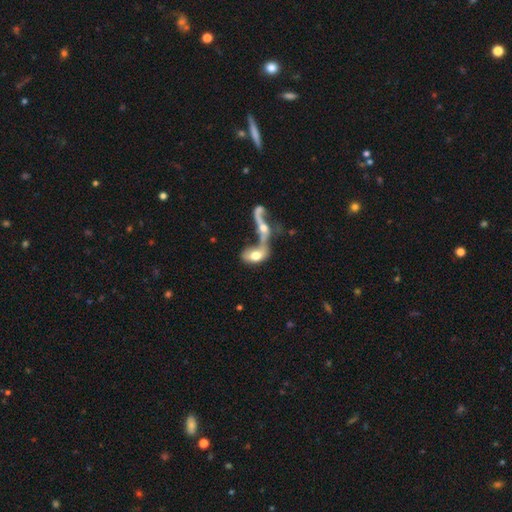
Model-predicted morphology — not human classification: Overall: smooth (57%; featured or disk 35%). How rounded: in between (86%). Merging: merger (72%).